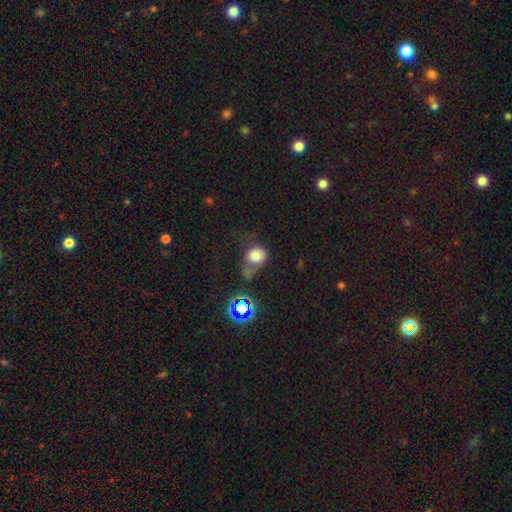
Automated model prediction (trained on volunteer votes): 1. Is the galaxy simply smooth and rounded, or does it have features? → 72% smooth, 15% star or artifact, 13% featured or disk.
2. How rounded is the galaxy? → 62% round, 37% in between, 1% cigar-shaped.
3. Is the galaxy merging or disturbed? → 30% none, 28% merger, 21% major disturbance, 21% minor disturbance.